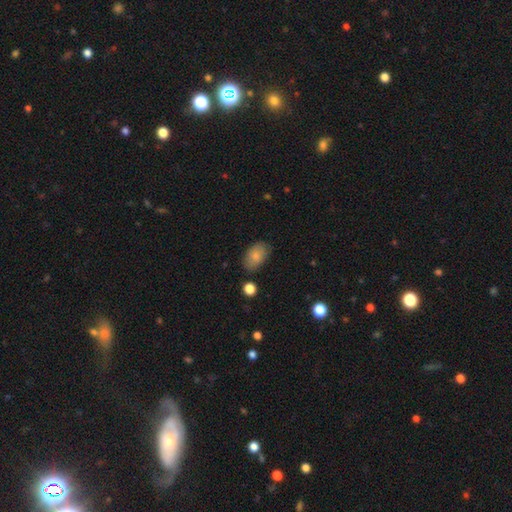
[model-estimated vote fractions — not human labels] Q: Smooth or featured?
A: smooth (84%); runner-up: featured or disk (9%)
Q: How rounded?
A: in between (91%); runner-up: round (8%)
Q: Merging?
A: none (79%); runner-up: minor disturbance (15%)